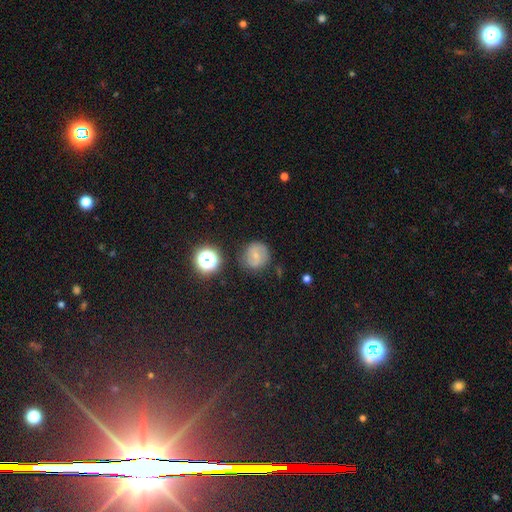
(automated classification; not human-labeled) Q: Smooth or featured?
A: smooth (52%); runner-up: featured or disk (35%)
Q: How rounded?
A: round (87%); runner-up: in between (12%)
Q: Merging?
A: none (78%); runner-up: minor disturbance (14%)